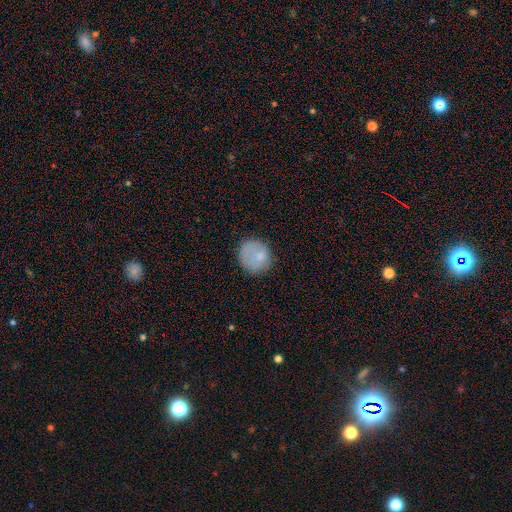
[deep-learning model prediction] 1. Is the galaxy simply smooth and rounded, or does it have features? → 80% smooth, 12% featured or disk, 8% star or artifact.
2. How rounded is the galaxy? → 86% round, 13% in between, 1% cigar-shaped.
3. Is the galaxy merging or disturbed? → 75% none, 17% minor disturbance, 7% major disturbance, 2% merger.